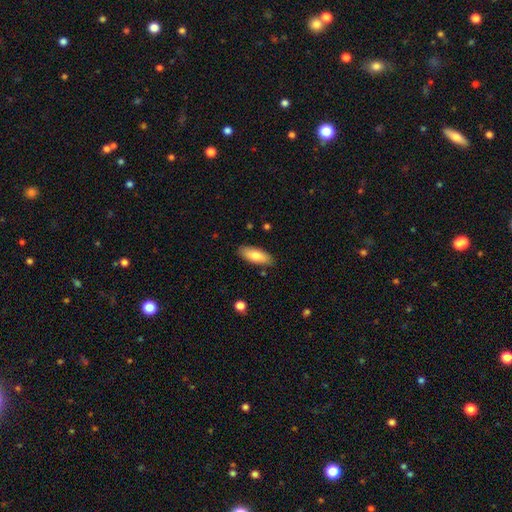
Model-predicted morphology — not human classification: smooth-or-featured: smooth: 83% | featured or disk: 11% | star or artifact: 6%
  how-rounded: in between: 77% | cigar-shaped: 21% | round: 2%
  merging: none: 85% | minor disturbance: 12% | major disturbance: 2% | merger: 2%